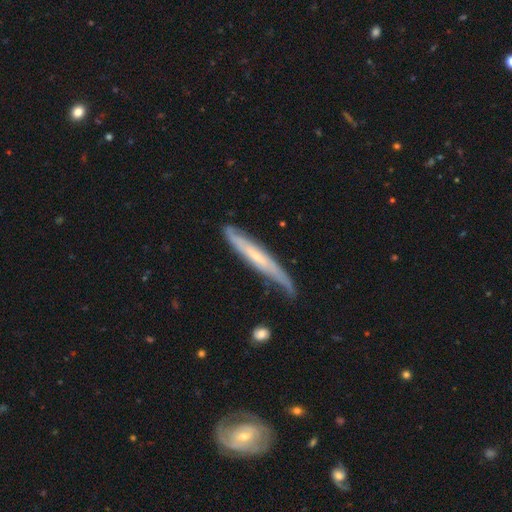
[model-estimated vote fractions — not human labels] This is likely a featured or disk galaxy (61%). It is likely viewed edge-on (74%). Merging: possibly none (58%).